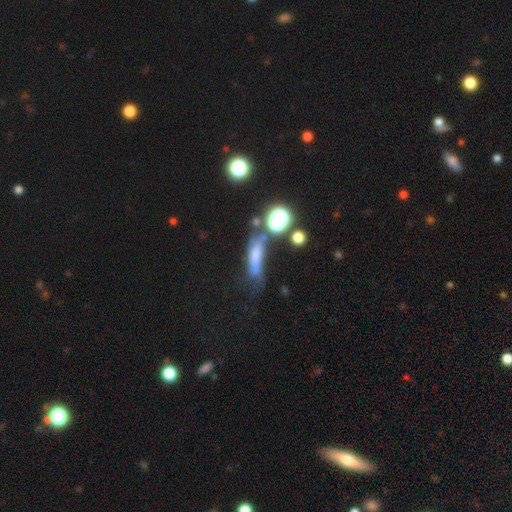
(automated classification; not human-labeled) Q: Smooth or featured?
A: smooth (54%); runner-up: featured or disk (25%)
Q: How rounded?
A: cigar-shaped (55%); runner-up: in between (32%)
Q: Merging?
A: none (35%); runner-up: minor disturbance (24%)